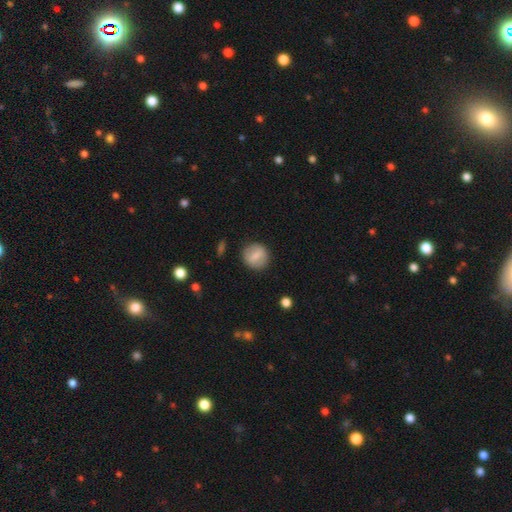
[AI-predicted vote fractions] This appears to be a smooth galaxy with no disk features (67%) that is round (87%). Merging: none (87%).